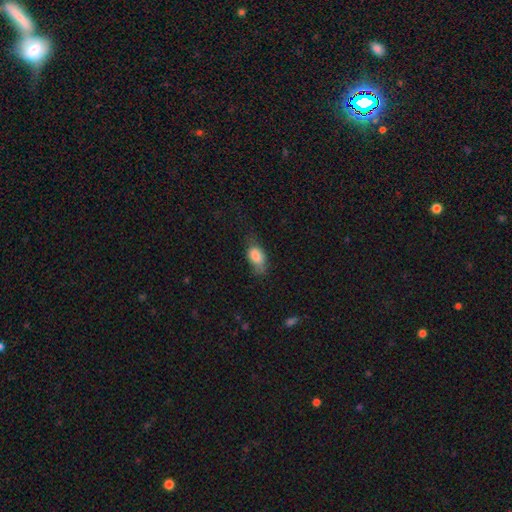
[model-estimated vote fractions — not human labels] Smooth or featured? Predicted: smooth (p=0.82). How rounded? Predicted: in between (p=0.88). Merging? Predicted: none (p=0.43).